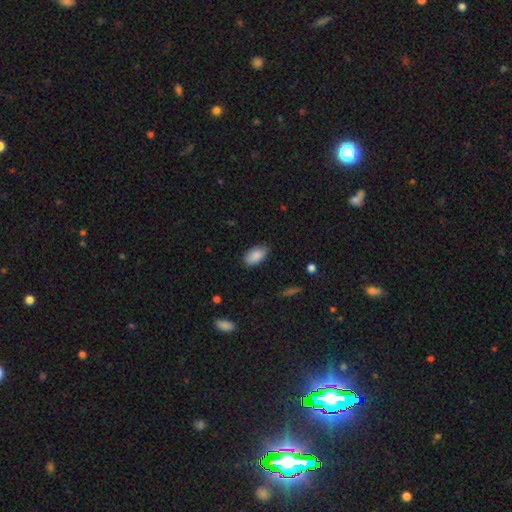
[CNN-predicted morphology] Smooth or featured?
  - smooth: 87% *
  - star or artifact: 7%
  - featured or disk: 6%
How rounded?
  - in between: 94% *
  - round: 3%
  - cigar-shaped: 3%
Merging?
  - none: 81% *
  - minor disturbance: 15%
  - major disturbance: 3%
  - merger: 1%